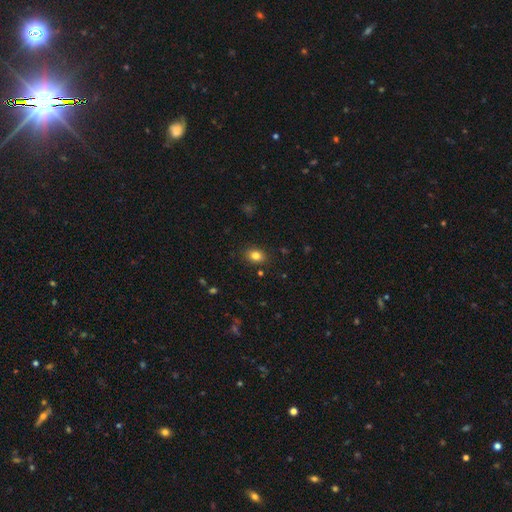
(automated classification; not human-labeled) Smooth or featured?
  - smooth: 82% *
  - star or artifact: 11%
  - featured or disk: 7%
How rounded?
  - in between: 65% *
  - round: 34%
  - cigar-shaped: 1%
Merging?
  - none: 87% *
  - minor disturbance: 9%
  - major disturbance: 2%
  - merger: 1%